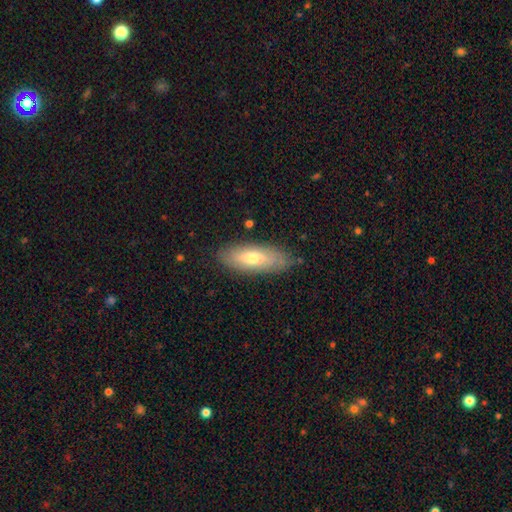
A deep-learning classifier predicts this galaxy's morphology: A smooth galaxy with no disk features (66%) that is in between round and cigar-shaped (71%).

Vote fractions:
- Smooth or featured? smooth: 66% / featured or disk: 28% / star or artifact: 6%
- How rounded? in between: 71% / cigar-shaped: 27% / round: 2%
- Merging? none: 81% / minor disturbance: 14% / major disturbance: 4% / merger: 2%